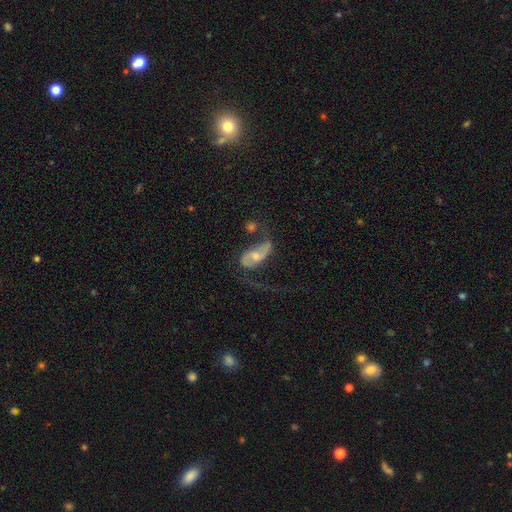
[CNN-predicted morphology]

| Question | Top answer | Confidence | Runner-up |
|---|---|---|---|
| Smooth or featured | featured or disk | 70% | smooth (22%) |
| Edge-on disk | no | 93% | yes (7%) |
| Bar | no | 52% | weak (35%) |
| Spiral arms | yes | 84% | no (16%) |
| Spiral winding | loose | 70% | medium (23%) |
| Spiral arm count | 2 | 83% | 1 (9%) |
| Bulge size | moderate | 54% | small (33%) |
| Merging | major disturbance | 36% | none (33%) |